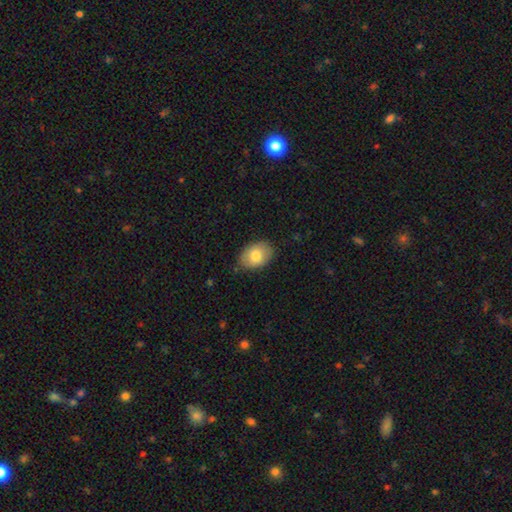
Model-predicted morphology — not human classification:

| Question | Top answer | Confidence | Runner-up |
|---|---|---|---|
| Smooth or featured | smooth | 79% | featured or disk (14%) |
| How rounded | in between | 82% | round (17%) |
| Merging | none | 82% | minor disturbance (15%) |